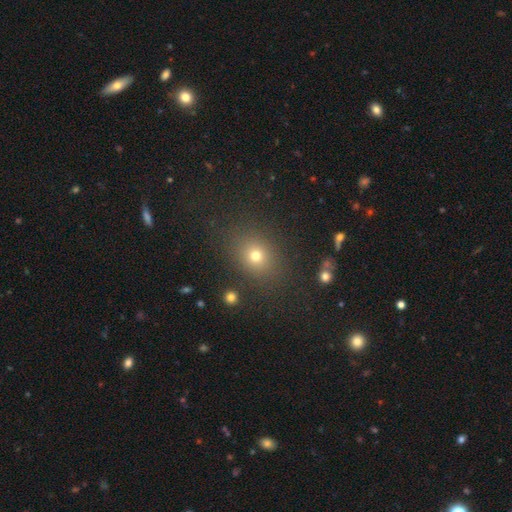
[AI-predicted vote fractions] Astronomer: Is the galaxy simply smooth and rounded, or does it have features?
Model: smooth — 72%.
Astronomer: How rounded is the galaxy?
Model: round — 57% (runner-up: in between, 41%).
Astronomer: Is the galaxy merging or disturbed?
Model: none — 82%.